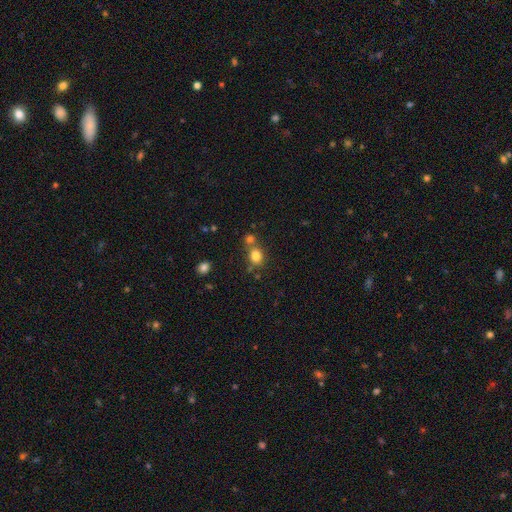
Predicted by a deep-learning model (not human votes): smooth-or-featured: smooth: 80% | star or artifact: 12% | featured or disk: 8%
  how-rounded: round: 56% | in between: 43% | cigar-shaped: 1%
  merging: none: 56% | merger: 30% | minor disturbance: 10% | major disturbance: 4%